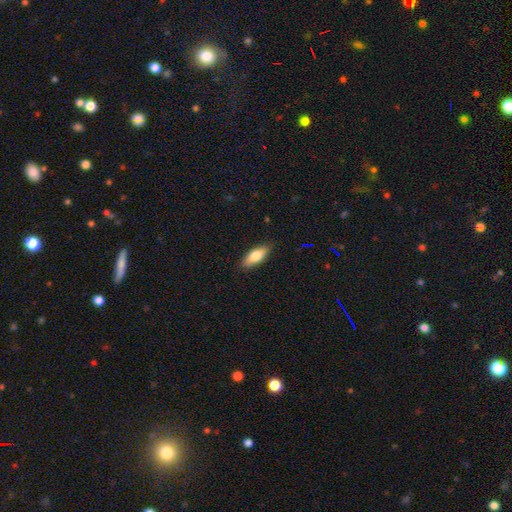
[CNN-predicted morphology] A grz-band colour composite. It shows a smooth galaxy with no disk features (75%) that is in between round and cigar-shaped (72%). Merging: none (86%).